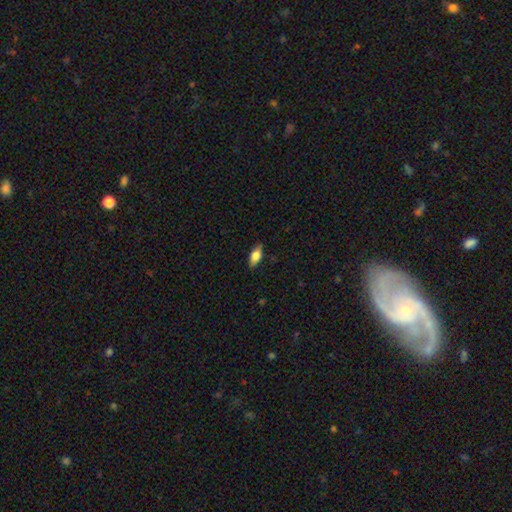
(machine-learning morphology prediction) smooth 69%, featured or disk 23%, star or artifact 7%. Down the decision tree: how rounded — in between (81%); merging — none (85%).